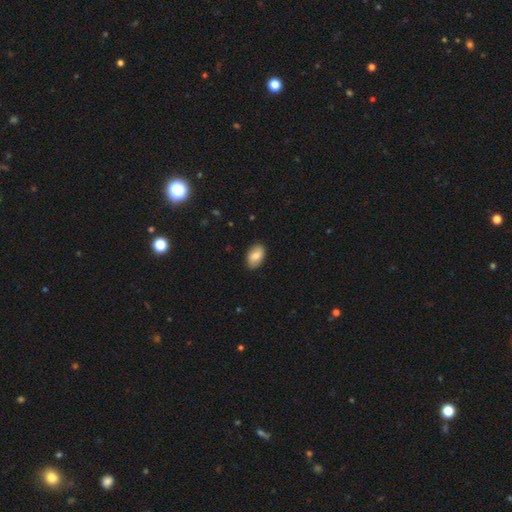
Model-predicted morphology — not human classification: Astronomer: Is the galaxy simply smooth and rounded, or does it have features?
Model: smooth — 79%.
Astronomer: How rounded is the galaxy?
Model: in between — 93%.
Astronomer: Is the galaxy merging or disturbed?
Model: none — 87%.